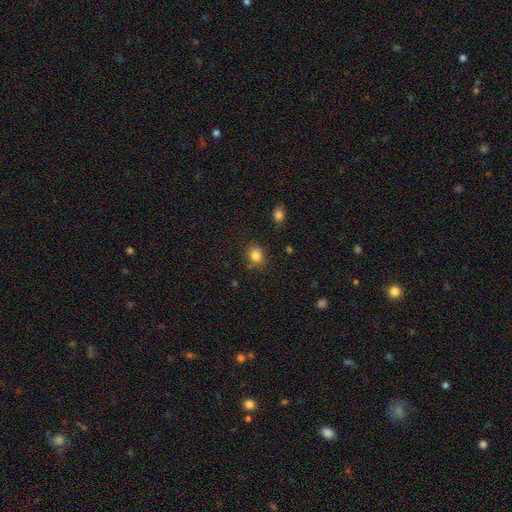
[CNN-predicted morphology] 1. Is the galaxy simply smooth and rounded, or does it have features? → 83% smooth, 11% star or artifact, 6% featured or disk.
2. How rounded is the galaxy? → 70% round, 29% in between, 1% cigar-shaped.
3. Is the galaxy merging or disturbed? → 78% none, 15% minor disturbance, 4% merger, 4% major disturbance.